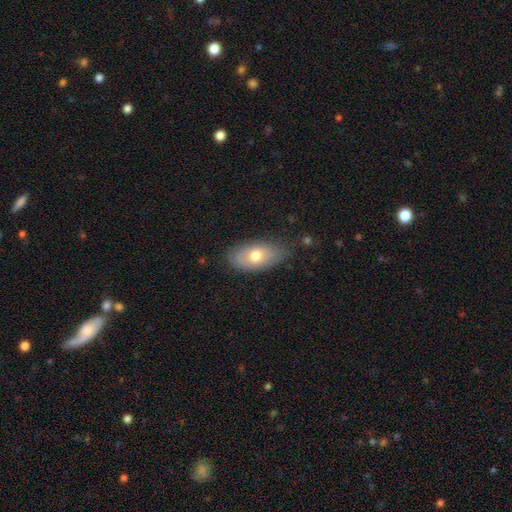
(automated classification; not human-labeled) Morphology: type=smooth (67%); roundness=in between (91%); merging=none (75%).